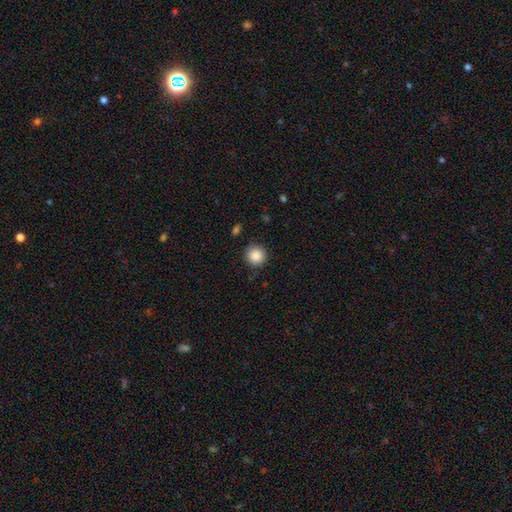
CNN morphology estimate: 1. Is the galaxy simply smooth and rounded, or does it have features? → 88% smooth, 9% star or artifact, 3% featured or disk.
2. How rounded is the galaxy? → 94% round, 5% in between, 1% cigar-shaped.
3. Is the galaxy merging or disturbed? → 88% none, 8% minor disturbance, 3% major disturbance, 1% merger.